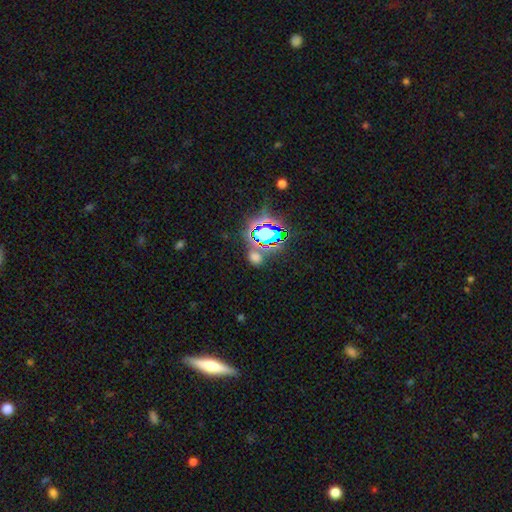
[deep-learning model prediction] The model was most divided on "smooth or featured": star or artifact: 57%, smooth: 34%, featured or disk: 9%.